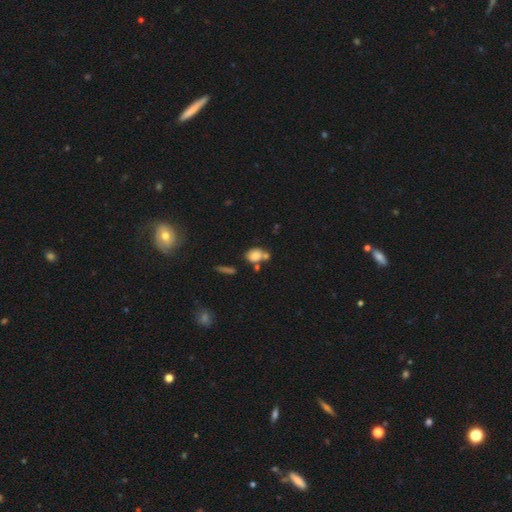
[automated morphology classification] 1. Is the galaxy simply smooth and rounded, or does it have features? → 80% smooth, 11% star or artifact, 9% featured or disk.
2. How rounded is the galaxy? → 60% in between, 38% round, 2% cigar-shaped.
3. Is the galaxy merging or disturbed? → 49% none, 31% merger, 14% minor disturbance, 6% major disturbance.